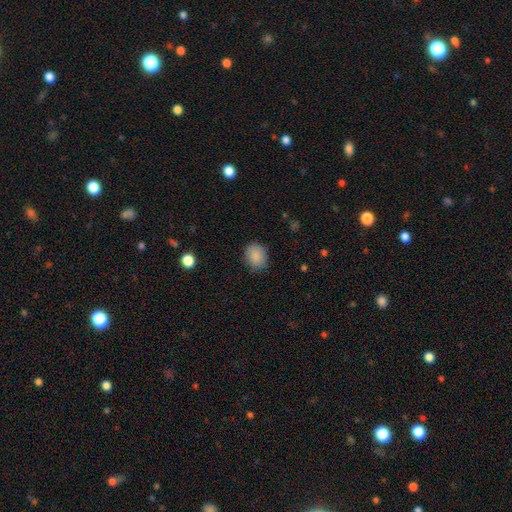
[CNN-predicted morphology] smooth-or-featured: smooth: 87% | star or artifact: 9% | featured or disk: 4%
  how-rounded: round: 52% | in between: 47% | cigar-shaped: 1%
  merging: none: 83% | minor disturbance: 13% | major disturbance: 3% | merger: 1%